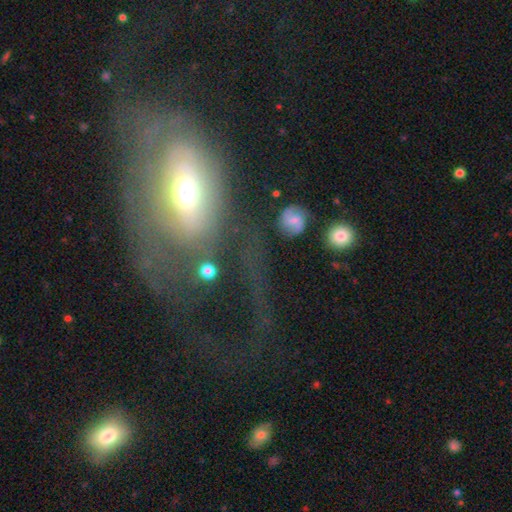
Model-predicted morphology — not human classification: A featured or disk galaxy (51%). Merging: major disturbance (50%).